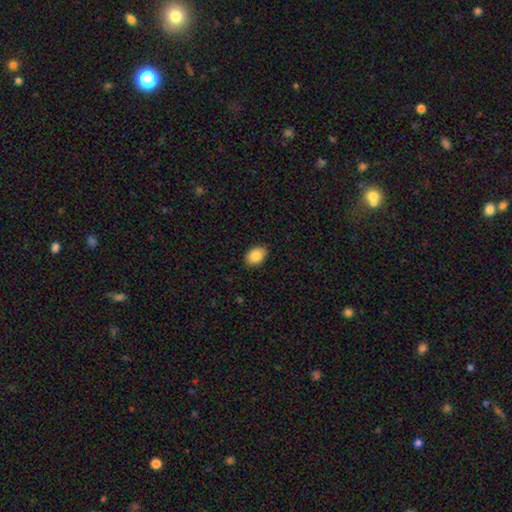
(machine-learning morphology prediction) Smooth or featured? Predicted: smooth (p=0.86). How rounded? Predicted: in between (p=0.84). Merging? Predicted: none (p=0.89).